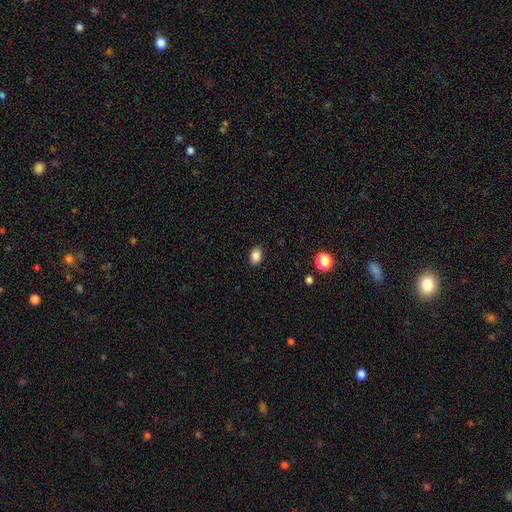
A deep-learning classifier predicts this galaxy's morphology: Smooth or featured? smooth (86%)
How rounded? in between (80%)
Merging? none (87%)